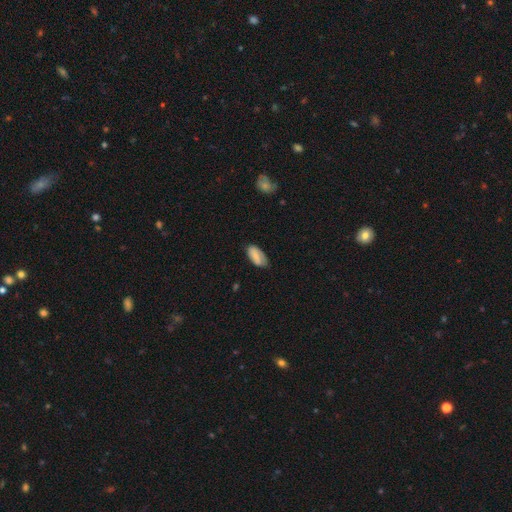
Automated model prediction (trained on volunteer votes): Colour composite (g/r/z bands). It shows a smooth galaxy with no disk features (77%) that is in between round and cigar-shaped (93%). Merging: none (74%).